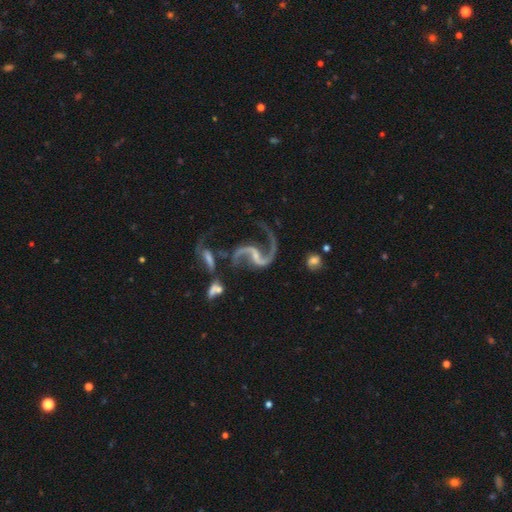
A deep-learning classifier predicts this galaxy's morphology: Smooth or featured? Predicted: featured or disk (p=0.92). Edge-on disk? Predicted: no (p=0.98). Bar? Predicted: weak (p=0.45). Spiral arms? Predicted: yes (p=0.97). Spiral winding? Predicted: loose (p=0.67). Spiral arm count? Predicted: 2 (p=0.92). Bulge size? Predicted: small (p=0.55). Merging? Predicted: none (p=0.44).